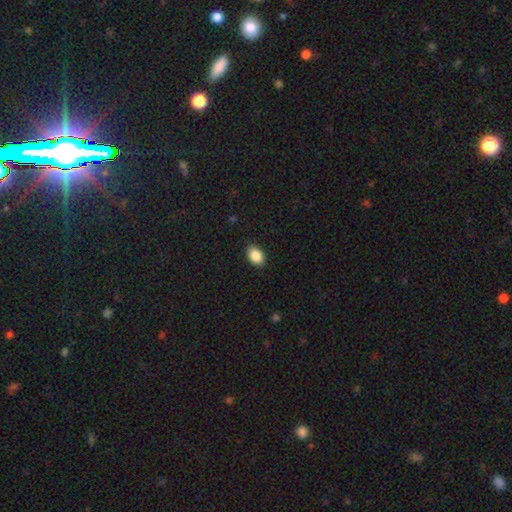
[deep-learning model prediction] This appears to be a smooth galaxy with no disk features (89%) that is in between round and cigar-shaped (86%). Merging: none (88%).